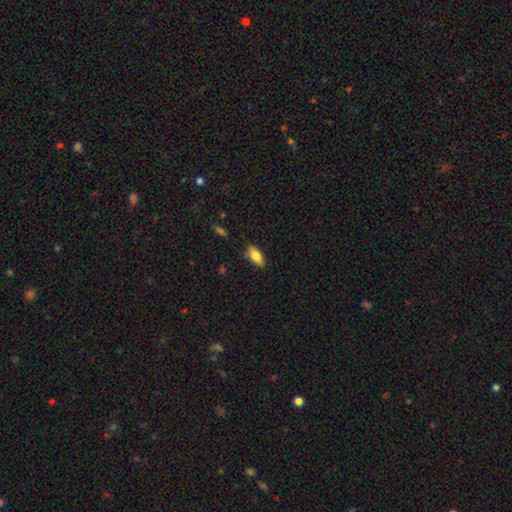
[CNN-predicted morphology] Overall: smooth (77%). How rounded: in between (81%). Merging: none (82%).